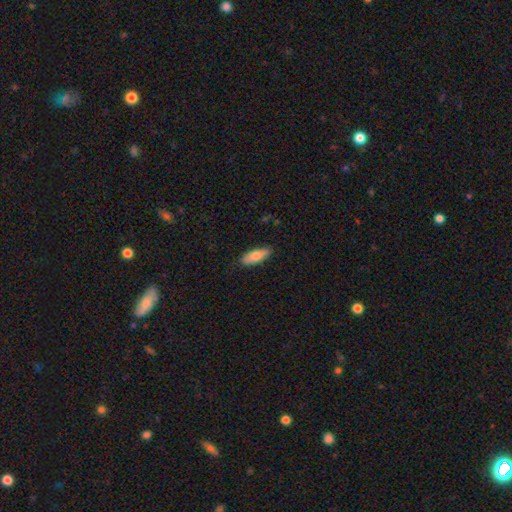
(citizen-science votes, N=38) Overall: smooth (68%; featured or disk 29%). How rounded: in between (81%). Merging: none (84%).